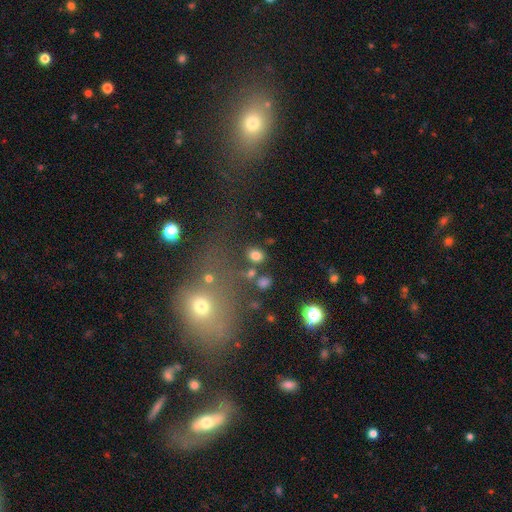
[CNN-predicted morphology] smooth-or-featured: smooth: 78% | star or artifact: 15% | featured or disk: 7%
  how-rounded: round: 52% | in between: 46% | cigar-shaped: 2%
  merging: none: 78% | minor disturbance: 10% | merger: 8% | major disturbance: 5%